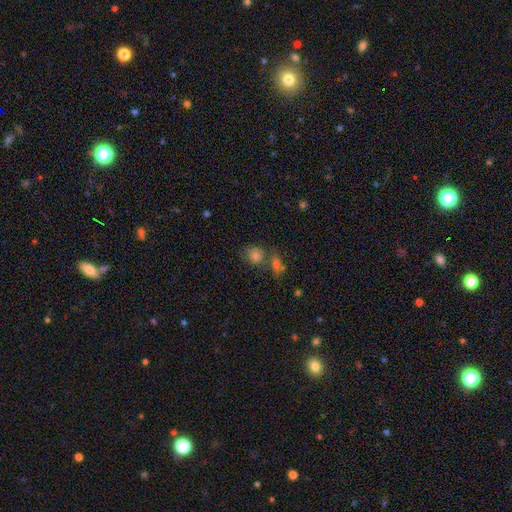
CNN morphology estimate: smooth_or_featured: smooth (p=0.64) [alt: star or artifact p=0.24]
how_rounded: round (p=0.62) [alt: in between p=0.36]
merging: none (p=0.53) [alt: merger p=0.28]